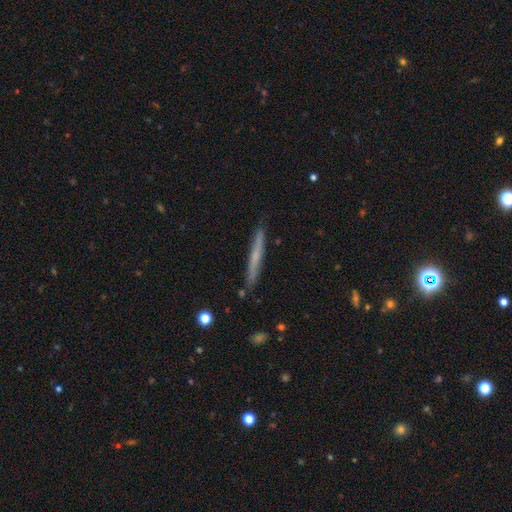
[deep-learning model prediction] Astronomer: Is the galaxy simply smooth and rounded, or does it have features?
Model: smooth — 52% (runner-up: featured or disk, 42%).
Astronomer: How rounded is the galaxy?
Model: cigar-shaped — 96%.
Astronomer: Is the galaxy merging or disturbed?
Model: none — 89%.